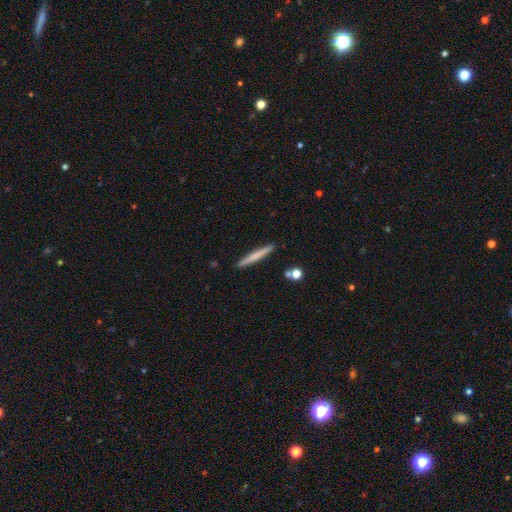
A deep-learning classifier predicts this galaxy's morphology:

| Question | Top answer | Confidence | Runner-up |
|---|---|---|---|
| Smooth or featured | smooth | 63% | featured or disk (31%) |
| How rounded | cigar-shaped | 96% | in between (3%) |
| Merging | none | 90% | minor disturbance (6%) |